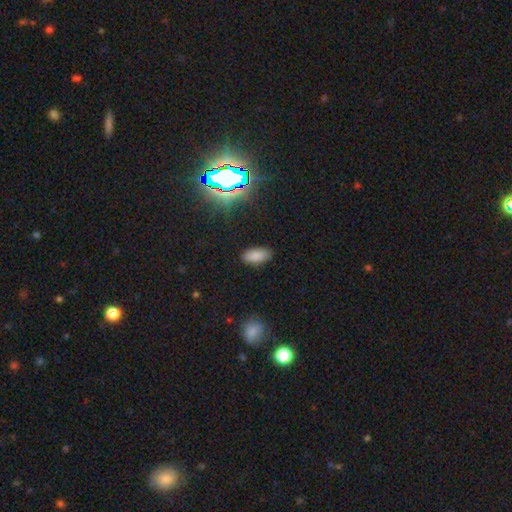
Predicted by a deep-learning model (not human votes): Smooth or featured: smooth — 81% (star or artifact — 13%)
How rounded: in between — 91% (cigar-shaped — 6%)
Merging: none — 86% (minor disturbance — 10%)